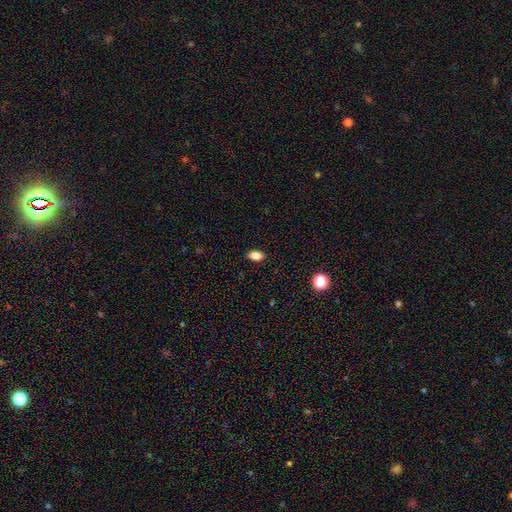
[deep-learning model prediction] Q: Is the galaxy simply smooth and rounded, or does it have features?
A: smooth — 85%.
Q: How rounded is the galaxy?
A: in between — 87%.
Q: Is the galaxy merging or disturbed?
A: none — 88%.